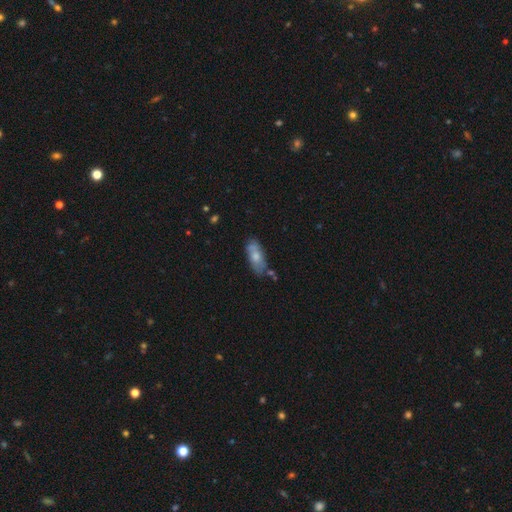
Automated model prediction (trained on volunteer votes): This is likely a smooth galaxy (66%). How rounded: clearly in between (80%). Merging: likely none (61%).